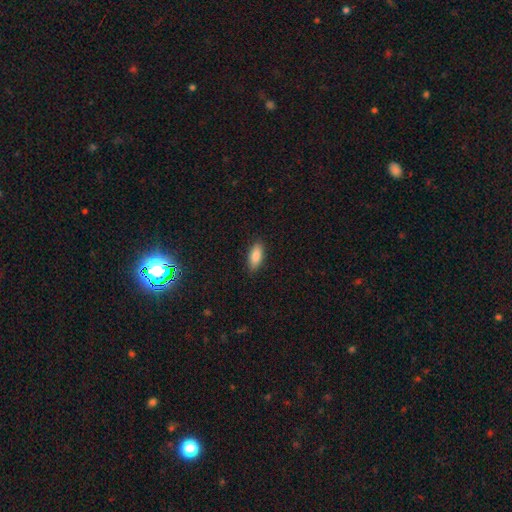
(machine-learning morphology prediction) smooth-or-featured: smooth: 86% | featured or disk: 7% | star or artifact: 7%
  how-rounded: in between: 81% | cigar-shaped: 17% | round: 2%
  merging: none: 88% | minor disturbance: 9% | major disturbance: 2% | merger: 1%